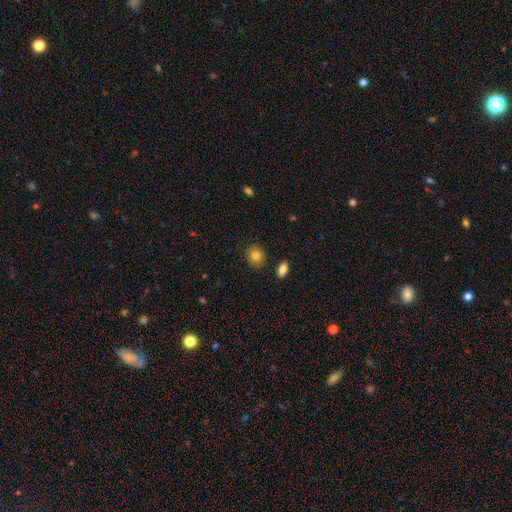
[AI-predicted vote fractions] A smooth galaxy with no disk features (82%) that is round (64%).

Vote fractions:
- Smooth or featured? smooth: 82% / star or artifact: 9% / featured or disk: 9%
- How rounded? round: 64% / in between: 35% / cigar-shaped: 1%
- Merging? none: 88% / minor disturbance: 8% / merger: 3% / major disturbance: 2%